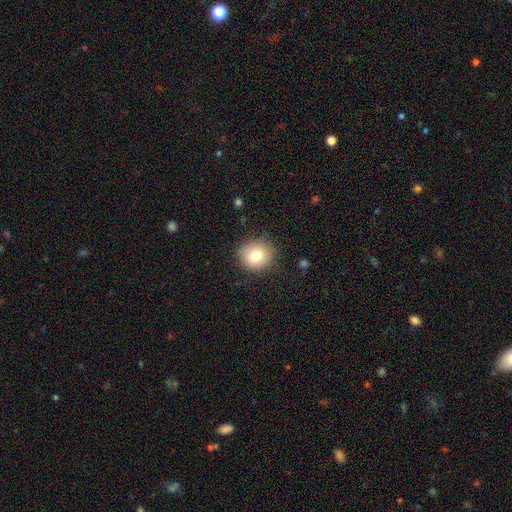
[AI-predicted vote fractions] Morphology: type=smooth (78%); roundness=round (84%); merging=none (85%).